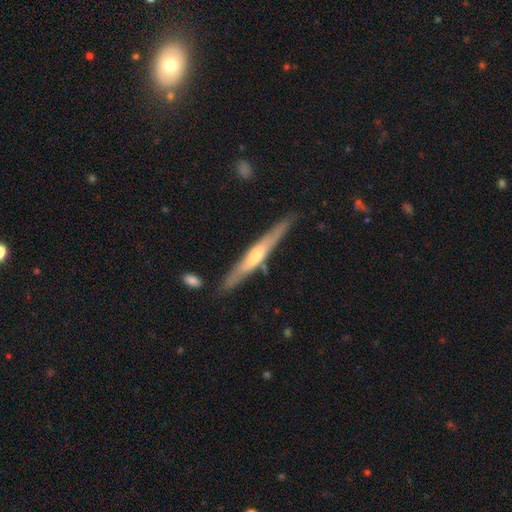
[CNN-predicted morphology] Smooth or featured?
  - featured or disk: 71% *
  - smooth: 23%
  - star or artifact: 6%
Edge-on disk?
  - yes: 97% *
  - no: 3%
Edge-on bulge?
  - rounded: 73% *
  - none: 17%
  - boxy: 11%
Merging?
  - none: 86% *
  - minor disturbance: 10%
  - merger: 2%
  - major disturbance: 2%